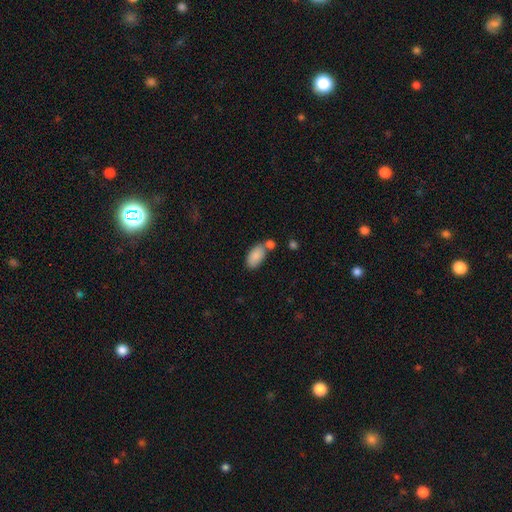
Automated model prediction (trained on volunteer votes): A smooth galaxy with no disk features (87%) that is in between round and cigar-shaped (94%). Merging: none (60%).